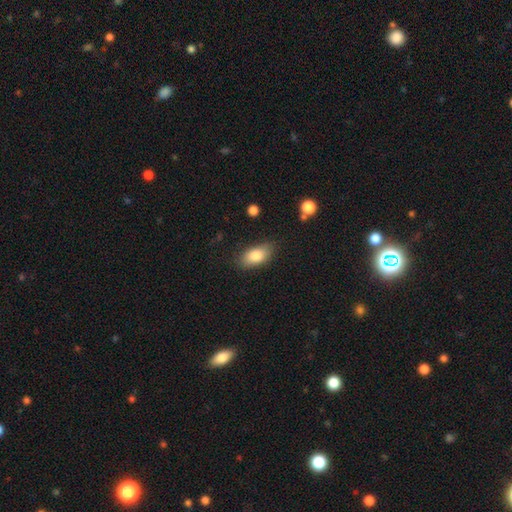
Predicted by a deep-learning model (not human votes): smooth_or_featured: smooth (p=0.81) [alt: featured or disk p=0.11]
how_rounded: in between (p=0.90) [alt: cigar-shaped p=0.05]
merging: none (p=0.80) [alt: minor disturbance p=0.15]